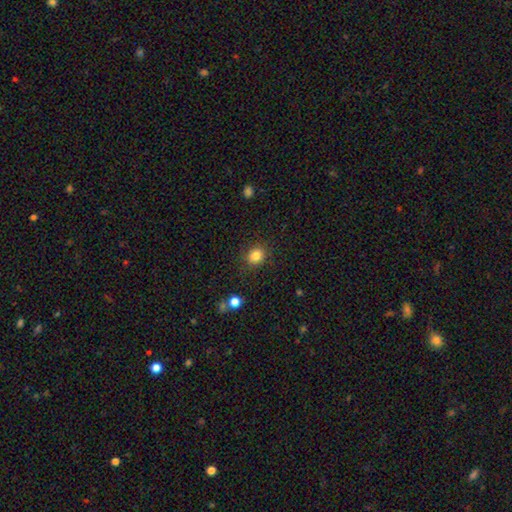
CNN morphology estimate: Q: Smooth or featured?
A: smooth (83%); runner-up: star or artifact (11%)
Q: How rounded?
A: round (74%); runner-up: in between (25%)
Q: Merging?
A: none (85%); runner-up: minor disturbance (10%)